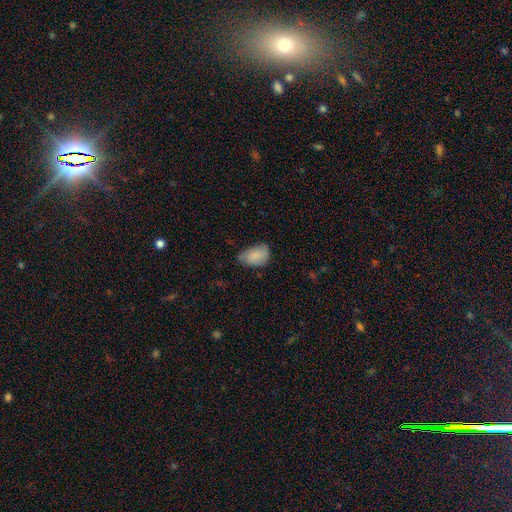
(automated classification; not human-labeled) Morphology: type=smooth (83%); roundness=in between (89%); merging=none (51%).